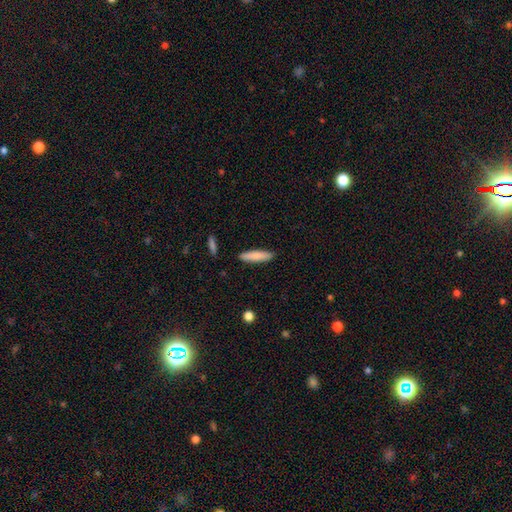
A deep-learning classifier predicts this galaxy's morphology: Smooth or featured: smooth — 82% (featured or disk — 12%)
How rounded: cigar-shaped — 79% (in between — 19%)
Merging: none — 90% (minor disturbance — 7%)